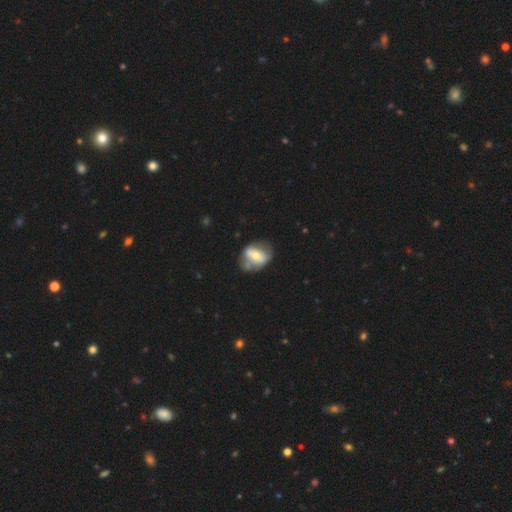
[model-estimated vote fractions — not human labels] smooth-or-featured: featured or disk: 51% | smooth: 43% | star or artifact: 7%
  disk-edge-on: no: 93% | yes: 7%
  merging: none: 47% | minor disturbance: 26% | major disturbance: 15% | merger: 12%